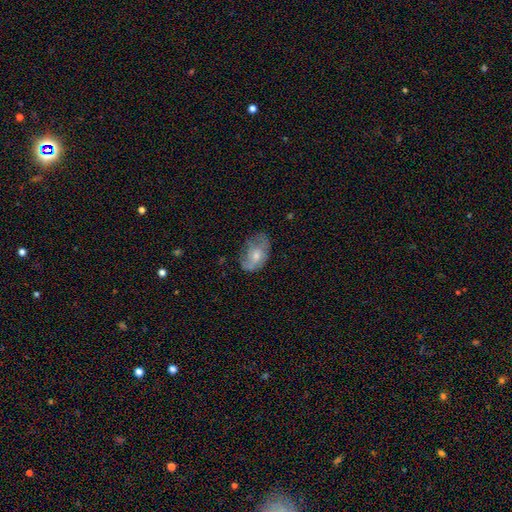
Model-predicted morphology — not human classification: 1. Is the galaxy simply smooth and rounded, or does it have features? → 50% smooth, 42% featured or disk, 8% star or artifact.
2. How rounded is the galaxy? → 85% in between, 13% round, 2% cigar-shaped.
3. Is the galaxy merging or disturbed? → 48% none, 31% minor disturbance, 18% major disturbance, 2% merger.